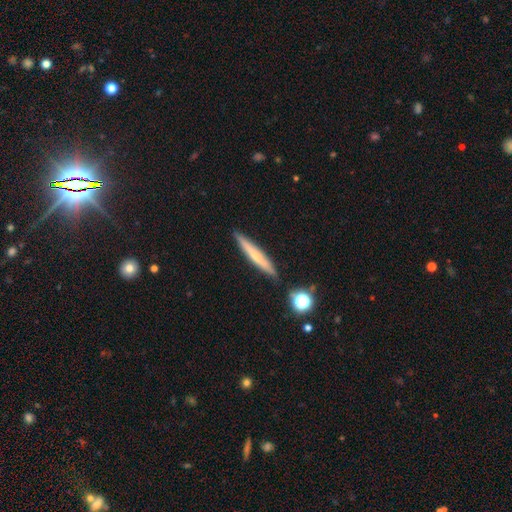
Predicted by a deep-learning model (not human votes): This is possibly a smooth galaxy (57%). How rounded: clearly cigar-shaped (94%). Merging: clearly none (87%).